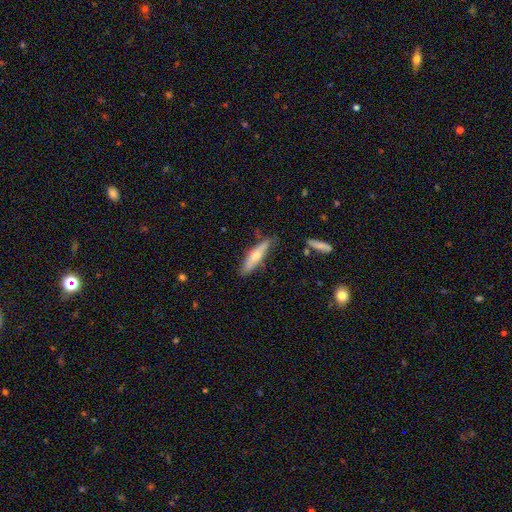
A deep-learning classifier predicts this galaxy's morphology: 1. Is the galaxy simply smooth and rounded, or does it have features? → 48% smooth, 45% featured or disk, 7% star or artifact.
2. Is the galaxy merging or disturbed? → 76% none, 18% minor disturbance, 3% major disturbance, 3% merger.